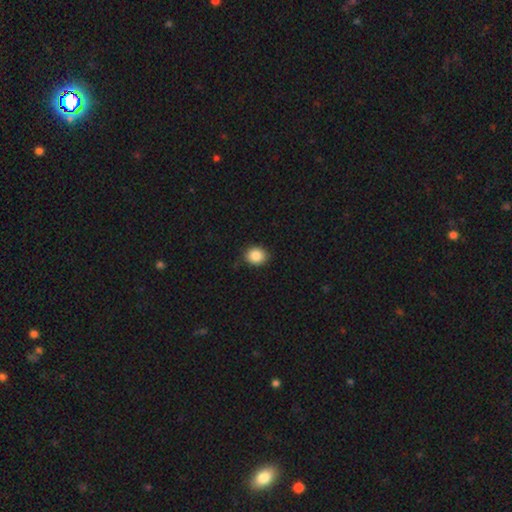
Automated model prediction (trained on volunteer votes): Smooth or featured: smooth — 86% (star or artifact — 9%)
How rounded: round — 67% (in between — 32%)
Merging: none — 85% (minor disturbance — 12%)